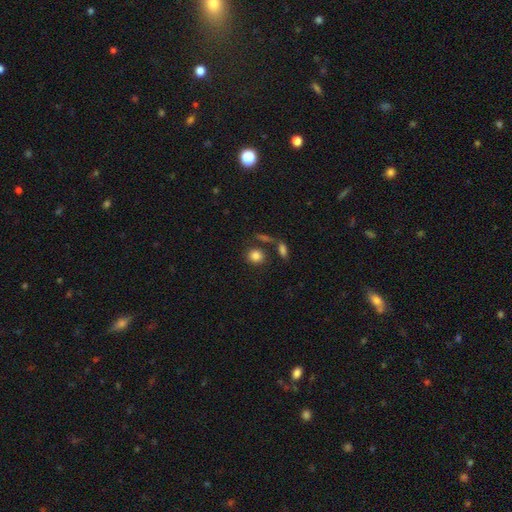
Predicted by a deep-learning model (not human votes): Smooth or featured? smooth (84%)
How rounded? round (75%)
Merging? none (73%)